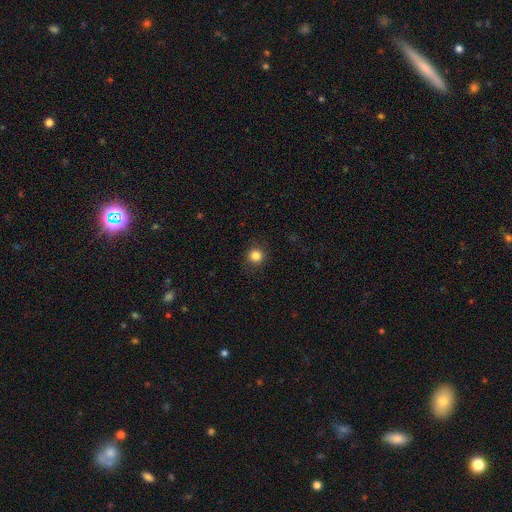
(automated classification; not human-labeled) This is clearly a smooth galaxy (84%). How rounded: clearly round (92%). Merging: clearly none (89%).